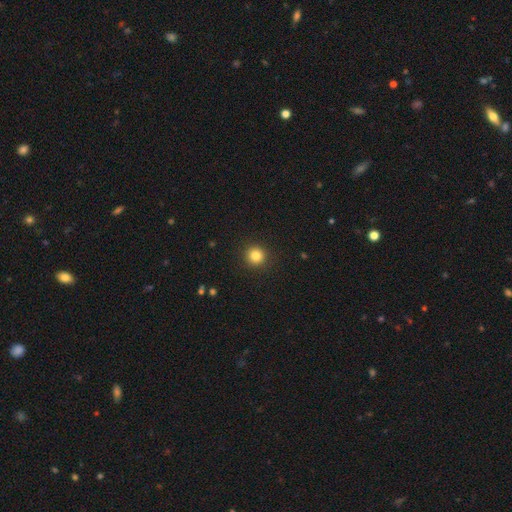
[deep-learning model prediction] smooth-or-featured: smooth: 83% | star or artifact: 12% | featured or disk: 5%
  how-rounded: round: 94% | in between: 5% | cigar-shaped: 1%
  merging: none: 92% | minor disturbance: 5% | major disturbance: 2% | merger: 1%